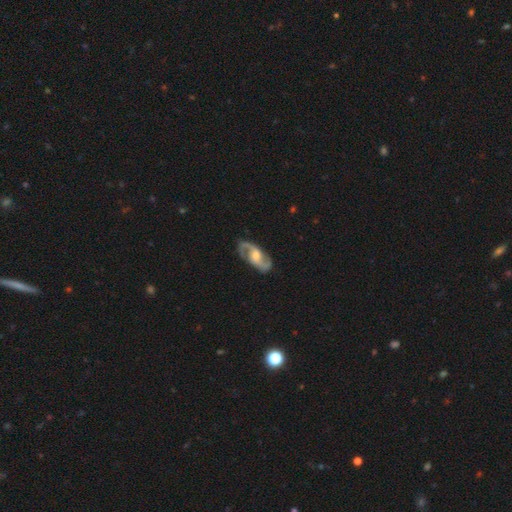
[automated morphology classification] A featured or disk galaxy (87%) with a weak bar (45%), 2 (93%) medium (49%) spiral arms (96%) and a moderate central bulge (57%). Merging: none (82%).